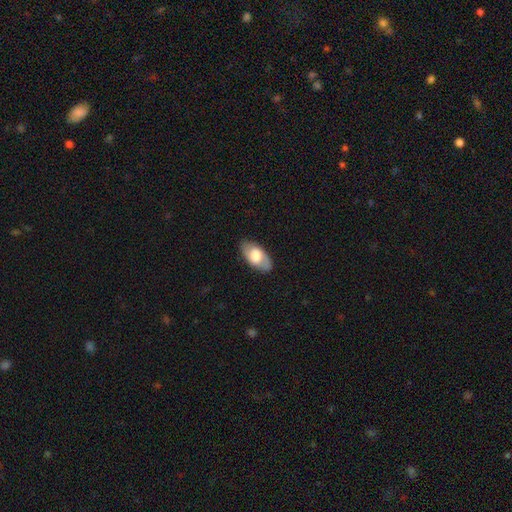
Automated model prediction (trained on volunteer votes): Q: Smooth or featured?
A: smooth (59%); runner-up: featured or disk (35%)
Q: How rounded?
A: in between (93%); runner-up: round (3%)
Q: Merging?
A: none (85%); runner-up: minor disturbance (11%)